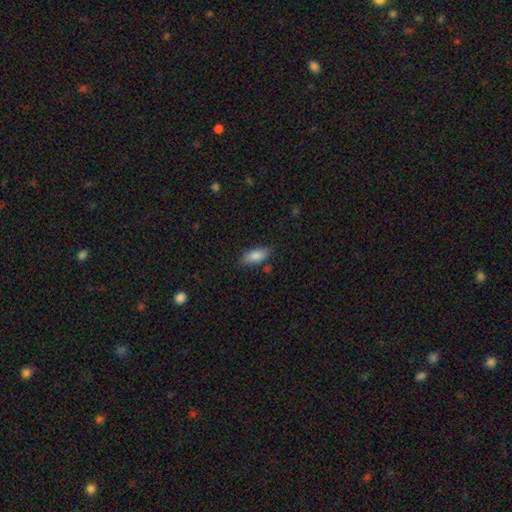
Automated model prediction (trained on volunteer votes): The model was most divided on "merging": none: 80%, minor disturbance: 15%, major disturbance: 3%, merger: 3%. More confident: smooth or featured — smooth (86%); how rounded — in between (85%).